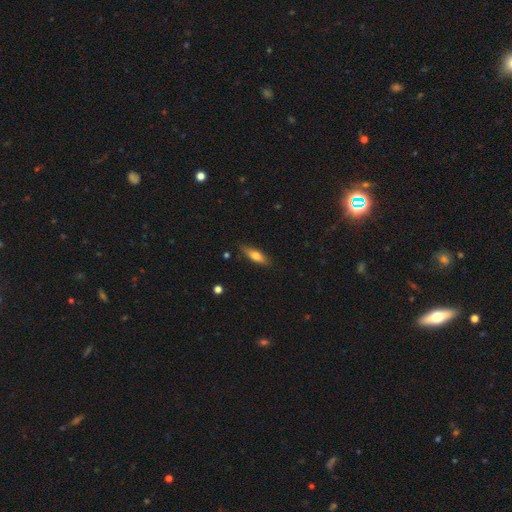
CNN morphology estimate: Overall: smooth (64%; featured or disk 29%). How rounded: cigar-shaped (53%; in between 45%). Merging: none (84%).